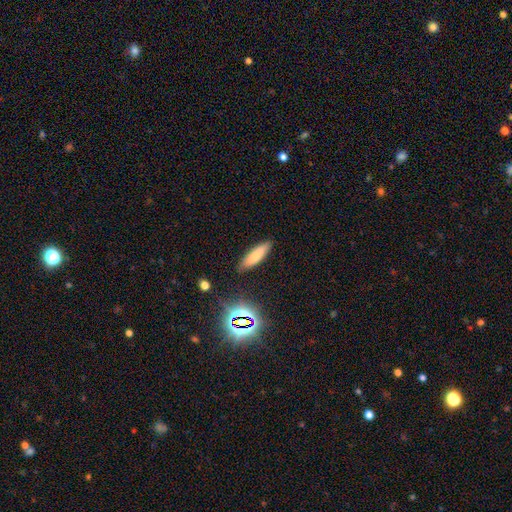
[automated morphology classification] Smooth or featured: smooth — 76% (featured or disk — 13%)
How rounded: cigar-shaped — 62% (in between — 36%)
Merging: none — 86% (minor disturbance — 10%)